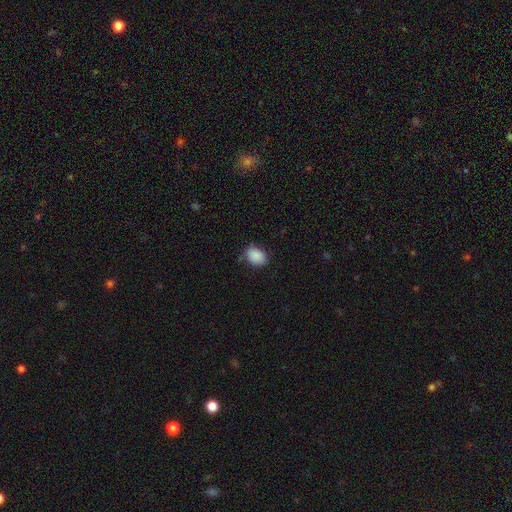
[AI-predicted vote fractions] Q: Smooth or featured?
A: smooth (89%); runner-up: star or artifact (8%)
Q: How rounded?
A: in between (76%); runner-up: round (23%)
Q: Merging?
A: none (76%); runner-up: minor disturbance (19%)